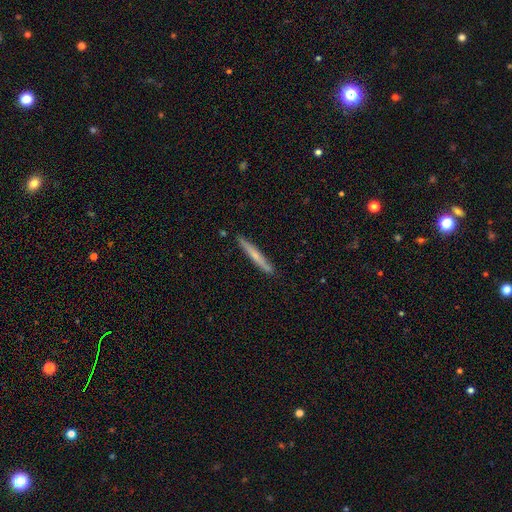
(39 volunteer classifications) Morphology: type=smooth (59%); roundness=cigar-shaped (100%); merging=none (87%).